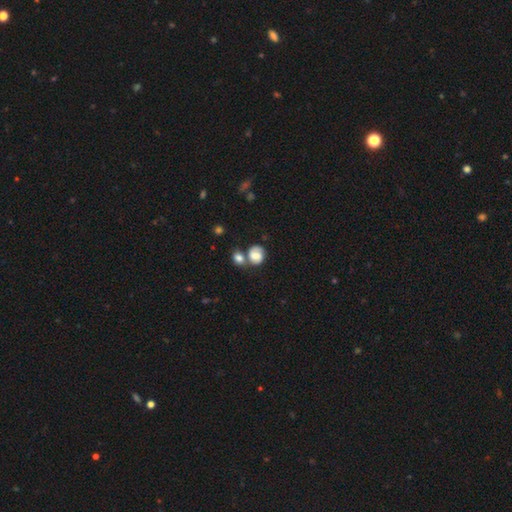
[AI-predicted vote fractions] This appears to be a smooth galaxy with no disk features (55%) that is round (70%). Merging: none (45%).